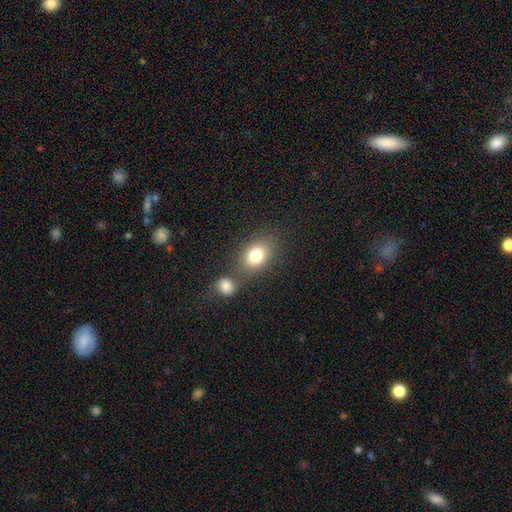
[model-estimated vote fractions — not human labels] Overall: smooth (79%). How rounded: in between (62%; round 37%). Merging: none (58%; merger 26%).